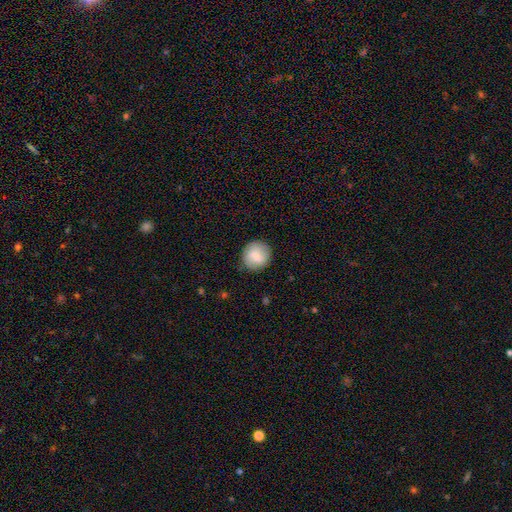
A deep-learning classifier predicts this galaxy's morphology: The model was most divided on "smooth or featured": smooth: 77%, featured or disk: 16%, star or artifact: 7%. More confident: how rounded — round (89%); merging — none (85%).